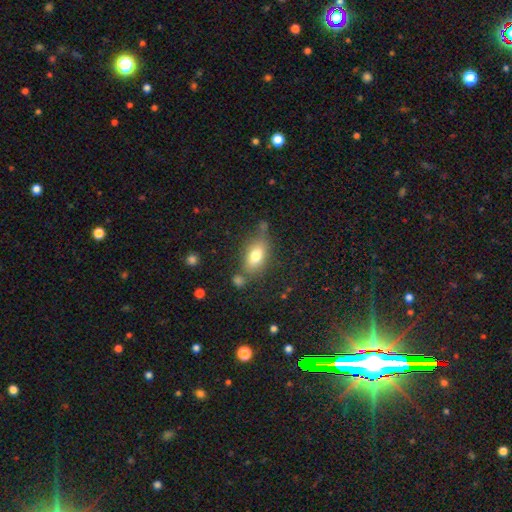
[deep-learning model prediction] Smooth or featured? smooth (75%)
How rounded? in between (84%)
Merging? none (66%)